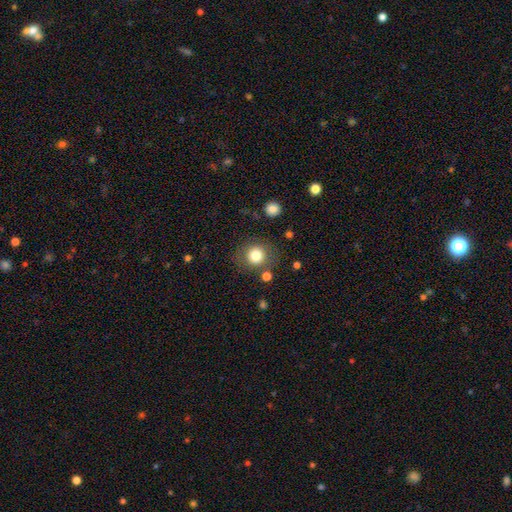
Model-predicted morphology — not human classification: This appears to be a smooth galaxy with no disk features (81%) that is round (87%). Merging: none (79%).